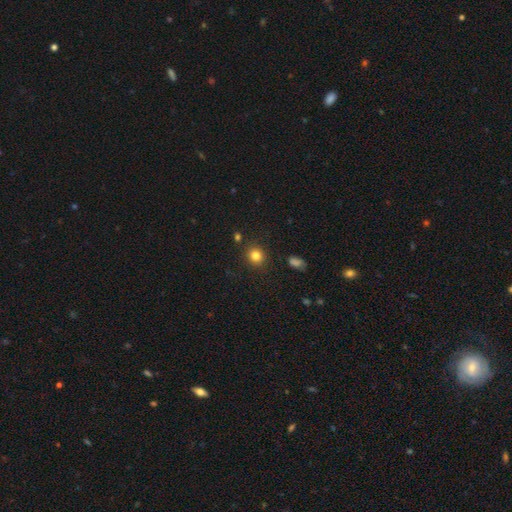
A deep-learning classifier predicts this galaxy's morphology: A smooth galaxy with no disk features (82%) that is round (82%). Merging: none (87%).